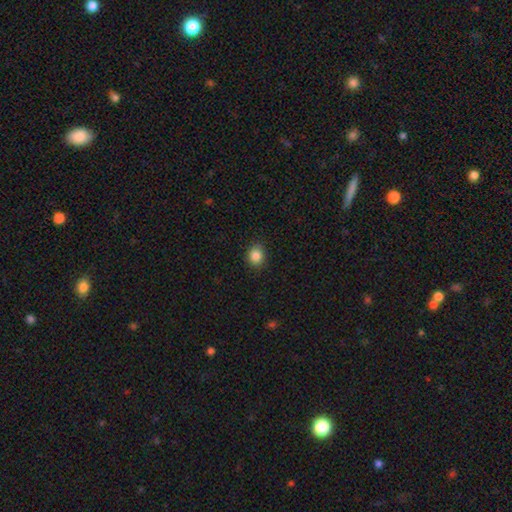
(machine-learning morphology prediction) This appears to be a smooth galaxy with no disk features (85%) that is round (70%). Merging: none (87%).